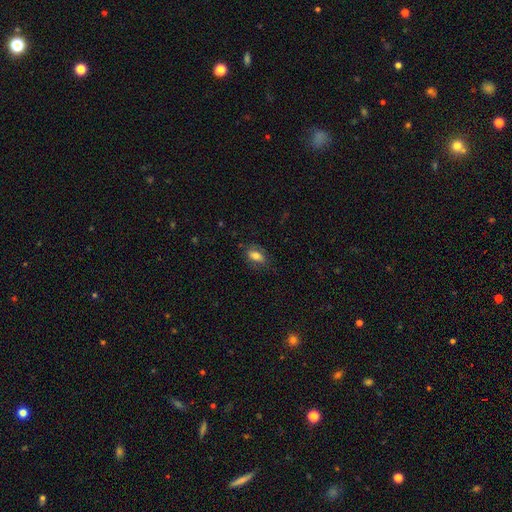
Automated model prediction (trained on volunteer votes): Overall: smooth (70%). How rounded: in between (86%). Merging: none (72%).